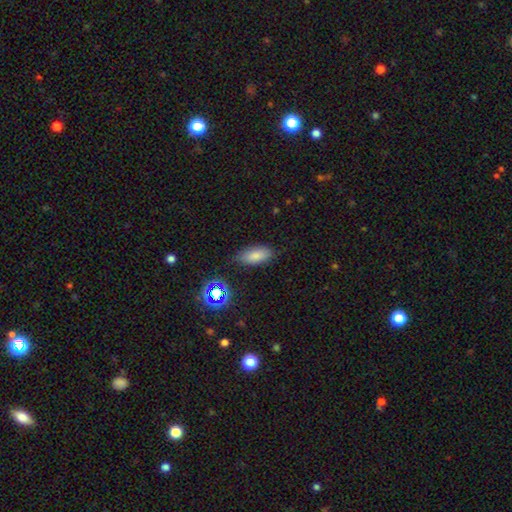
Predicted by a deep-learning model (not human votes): smooth 80%, star or artifact 11%, featured or disk 9%. Down the decision tree: how rounded — in between (86%); merging — none (80%).